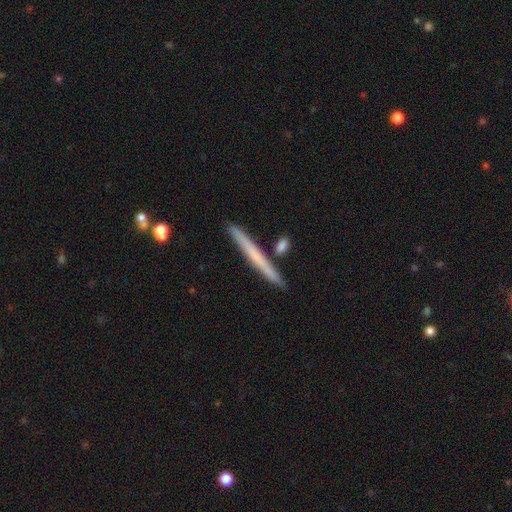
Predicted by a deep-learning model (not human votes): Overall: smooth (54%; featured or disk 40%). How rounded: cigar-shaped (97%). Merging: none (87%).